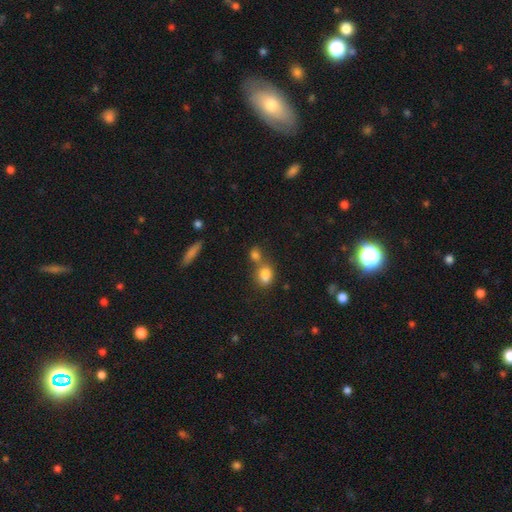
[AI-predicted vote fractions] Q: Smooth or featured?
A: smooth (45%); runner-up: star or artifact (38%)
Q: Merging?
A: none (64%); runner-up: merger (20%)